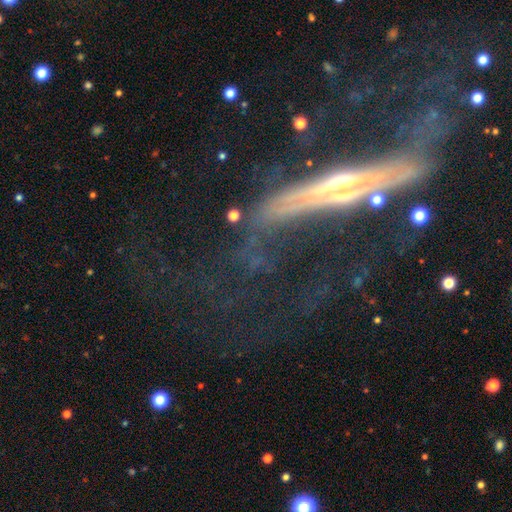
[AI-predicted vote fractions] A featured or disk galaxy (78%) viewed edge-on (59%). Merging: none (39%).